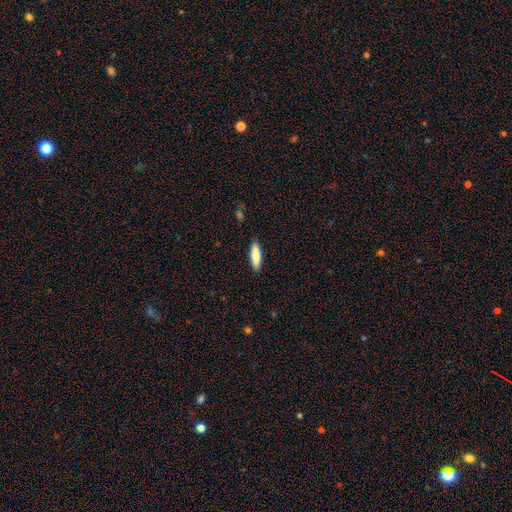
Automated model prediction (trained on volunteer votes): Smooth or featured?
  - smooth: 83% *
  - featured or disk: 11%
  - star or artifact: 5%
How rounded?
  - cigar-shaped: 67% *
  - in between: 31%
  - round: 1%
Merging?
  - none: 90% *
  - minor disturbance: 7%
  - major disturbance: 2%
  - merger: 1%